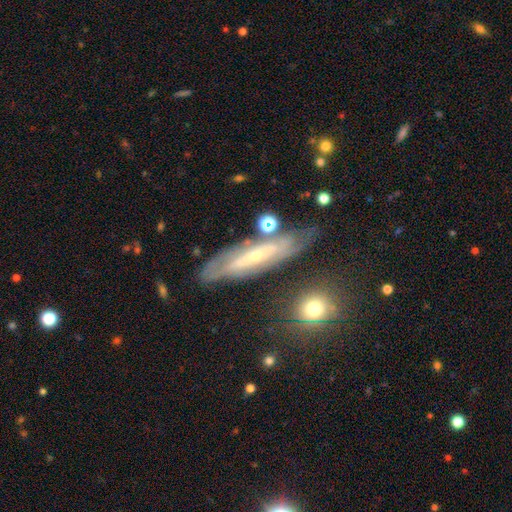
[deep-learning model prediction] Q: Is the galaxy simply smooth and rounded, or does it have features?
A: featured or disk — 76%.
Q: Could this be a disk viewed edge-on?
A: no — 66%.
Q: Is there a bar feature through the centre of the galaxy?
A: no — 45%.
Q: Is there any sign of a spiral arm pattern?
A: yes — 80%.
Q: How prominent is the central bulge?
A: small — 72%.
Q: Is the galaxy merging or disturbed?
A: none — 70%.